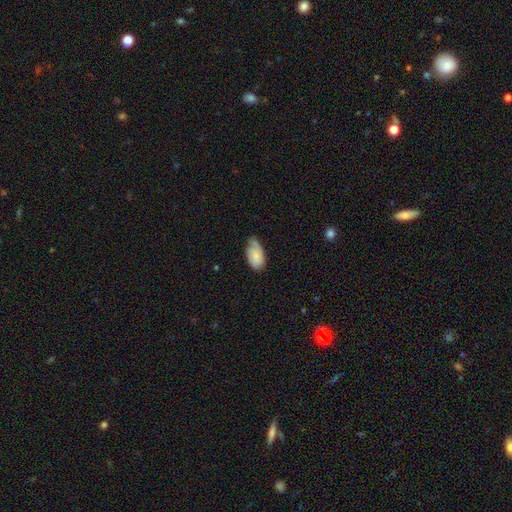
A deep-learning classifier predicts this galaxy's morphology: This appears to be a smooth galaxy with no disk features (78%) that is in between round and cigar-shaped (94%). Merging: none (48%).